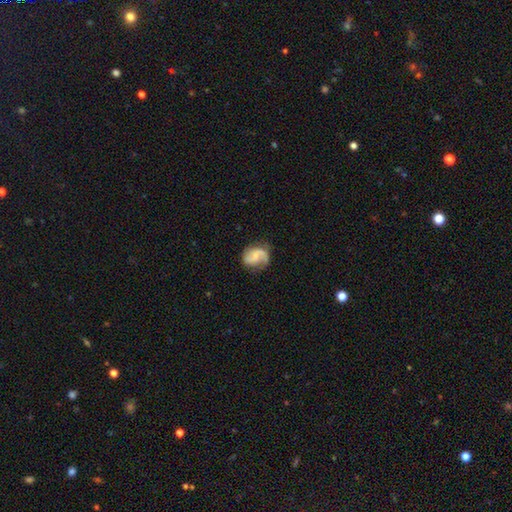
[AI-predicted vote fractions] Morphology: type=featured or disk (71%); edge-on=no (98%); bar=no (50%); spiral arms=yes (93%); winding=medium (44%); arm count=2 (75%); bulge=small (54%); merging=none (61%).